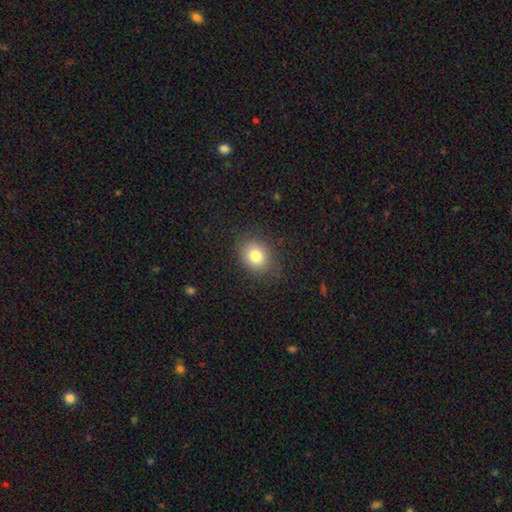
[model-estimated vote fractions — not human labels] This is likely a smooth galaxy (79%). How rounded: possibly round (51%). Merging: clearly none (81%).